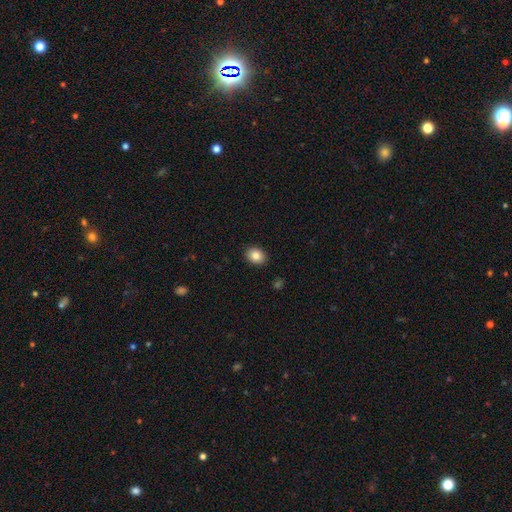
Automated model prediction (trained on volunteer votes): Smooth or featured?
  - smooth: 85% *
  - star or artifact: 9%
  - featured or disk: 7%
How rounded?
  - in between: 53% *
  - round: 46%
  - cigar-shaped: 1%
Merging?
  - none: 90% *
  - minor disturbance: 7%
  - major disturbance: 2%
  - merger: 1%